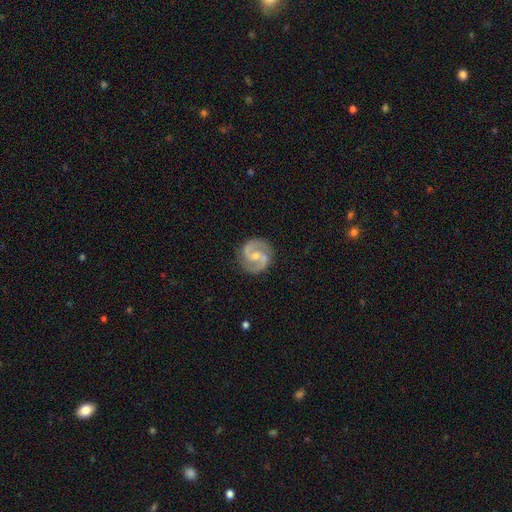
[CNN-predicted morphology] This is clearly a featured or disk galaxy (90%). It is clearly not viewed edge-on (98%). Bar: possibly weak (49%). Spiral arm pattern: clearly yes (98%). Spiral arm count: clearly 2 (94%). Spiral winding: likely medium (61%). Central bulge: possibly small (47%). Merging: clearly none (86%).